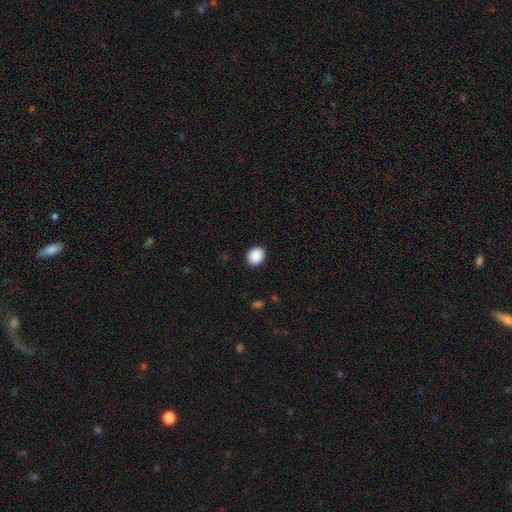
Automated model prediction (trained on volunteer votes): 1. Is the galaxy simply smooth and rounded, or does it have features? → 90% smooth, 8% star or artifact, 2% featured or disk.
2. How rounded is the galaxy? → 62% round, 37% in between, 1% cigar-shaped.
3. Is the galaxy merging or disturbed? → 91% none, 6% minor disturbance, 2% major disturbance, 1% merger.